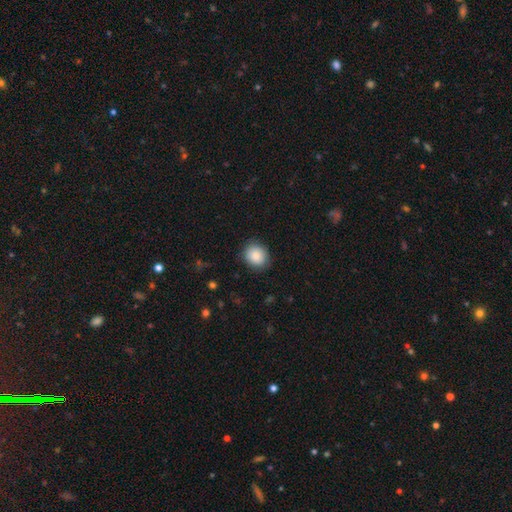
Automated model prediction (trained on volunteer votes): Smooth or featured? Predicted: smooth (p=0.86). How rounded? Predicted: round (p=0.75). Merging? Predicted: none (p=0.85).